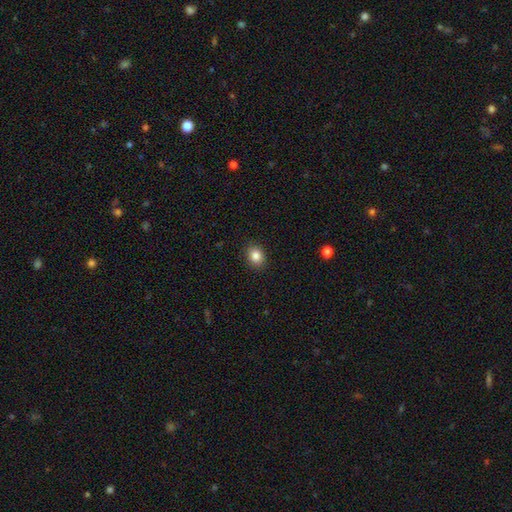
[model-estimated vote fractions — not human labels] Smooth or featured? Predicted: smooth (p=0.84). How rounded? Predicted: round (p=0.57). Merging? Predicted: none (p=0.90).